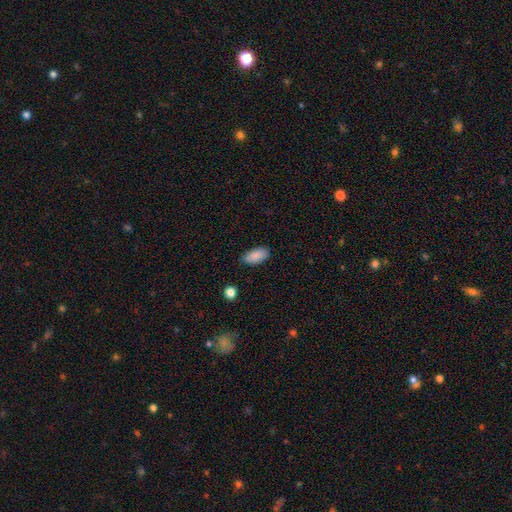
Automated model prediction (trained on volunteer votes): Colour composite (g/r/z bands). It shows a smooth galaxy with no disk features (88%) that is in between round and cigar-shaped (92%). Merging: none (85%).